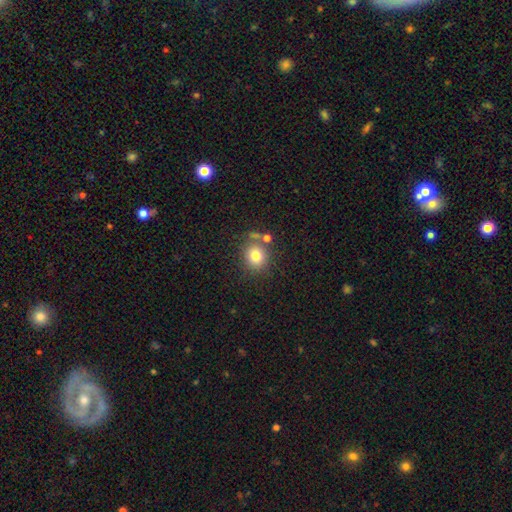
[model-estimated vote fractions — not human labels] This appears to be a smooth galaxy with no disk features (78%) that is round (81%). Merging: none (69%).